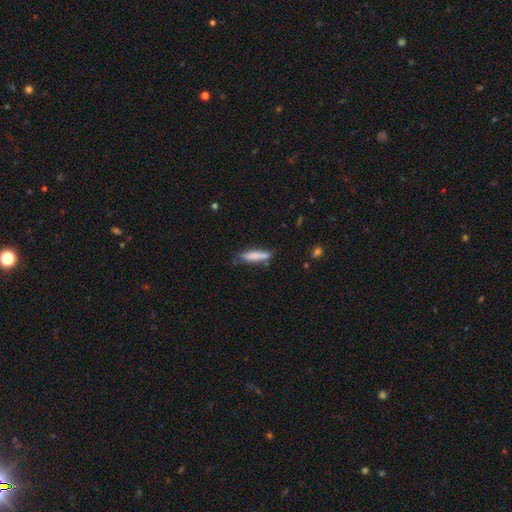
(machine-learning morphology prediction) Q: Smooth or featured?
A: smooth (78%); runner-up: featured or disk (15%)
Q: How rounded?
A: cigar-shaped (79%); runner-up: in between (20%)
Q: Merging?
A: none (69%); runner-up: minor disturbance (20%)